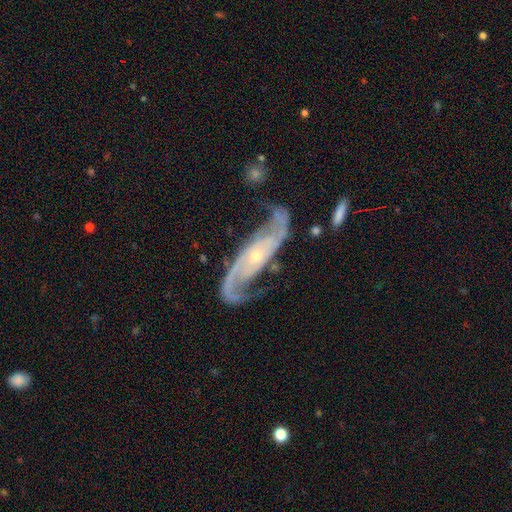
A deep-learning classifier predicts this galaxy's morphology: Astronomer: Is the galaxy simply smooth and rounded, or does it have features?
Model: featured or disk — 91%.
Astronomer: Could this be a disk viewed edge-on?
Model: no — 93%.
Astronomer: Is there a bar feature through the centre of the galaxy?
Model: no — 56%.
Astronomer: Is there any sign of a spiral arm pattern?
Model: yes — 98%.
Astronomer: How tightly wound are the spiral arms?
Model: medium — 49% (runner-up: loose, 30%).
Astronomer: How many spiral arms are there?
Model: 2 — 91%.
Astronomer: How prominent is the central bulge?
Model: small — 72%.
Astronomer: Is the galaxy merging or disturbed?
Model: none — 68%.